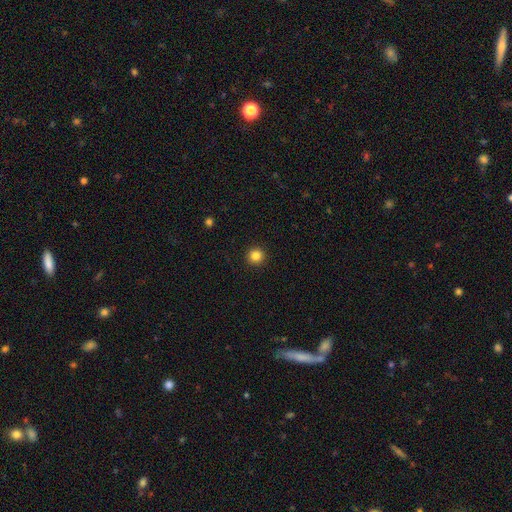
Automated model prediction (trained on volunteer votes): Smooth or featured?
  - smooth: 84% *
  - star or artifact: 12%
  - featured or disk: 4%
How rounded?
  - round: 96% *
  - in between: 3%
  - cigar-shaped: 1%
Merging?
  - none: 93% *
  - minor disturbance: 4%
  - major disturbance: 2%
  - merger: 1%